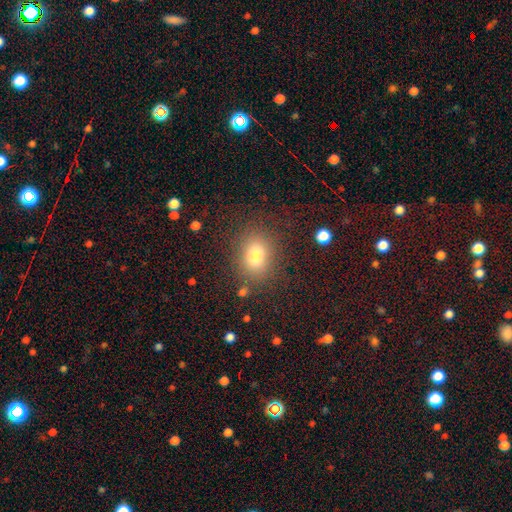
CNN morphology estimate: Overall: smooth (77%). How rounded: in between (54%; round 45%). Merging: none (81%).